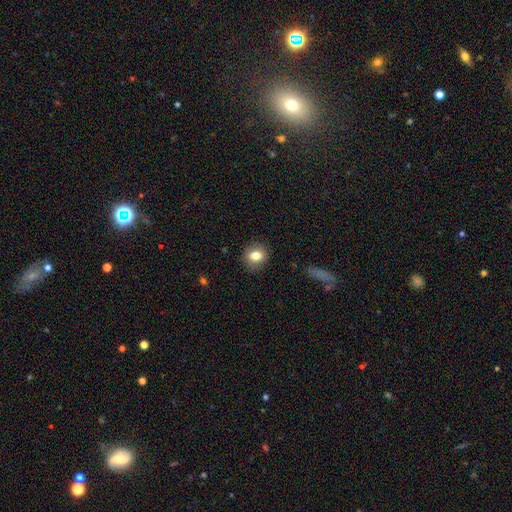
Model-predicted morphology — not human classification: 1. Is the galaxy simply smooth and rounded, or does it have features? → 81% smooth, 10% star or artifact, 10% featured or disk.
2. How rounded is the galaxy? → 72% round, 26% in between, 1% cigar-shaped.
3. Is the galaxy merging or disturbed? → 87% none, 9% minor disturbance, 2% major disturbance, 1% merger.